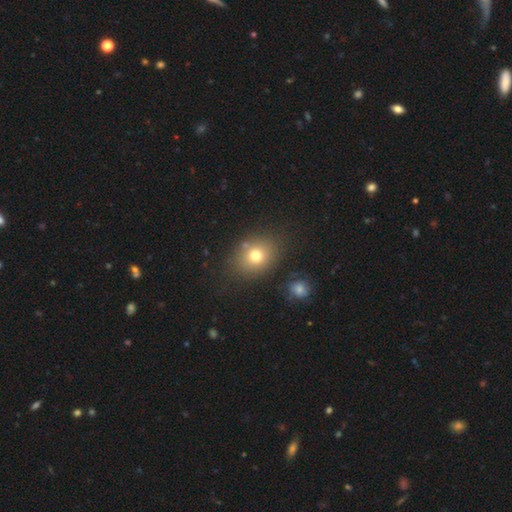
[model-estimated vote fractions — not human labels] Smooth or featured: smooth — 73% (star or artifact — 14%)
How rounded: in between — 50% (round — 49%)
Merging: none — 78% (minor disturbance — 11%)